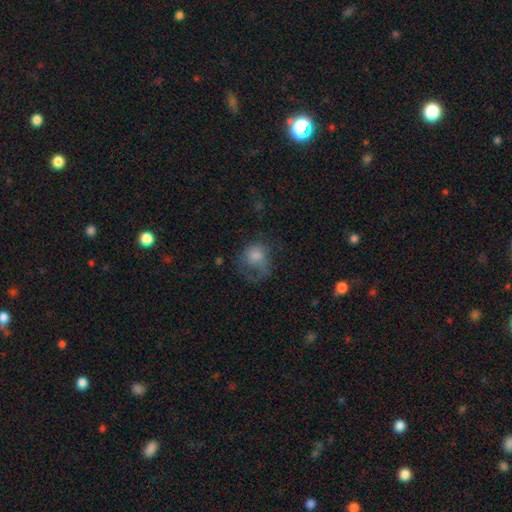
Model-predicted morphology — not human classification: Overall: smooth (57%; featured or disk 31%). How rounded: round (62%; in between 37%). Merging: major disturbance (39%; none 36%).